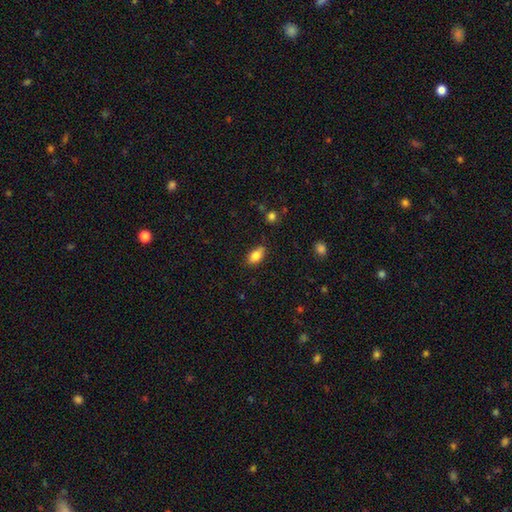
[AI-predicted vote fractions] Smooth or featured? smooth (82%)
How rounded? in between (88%)
Merging? none (78%)